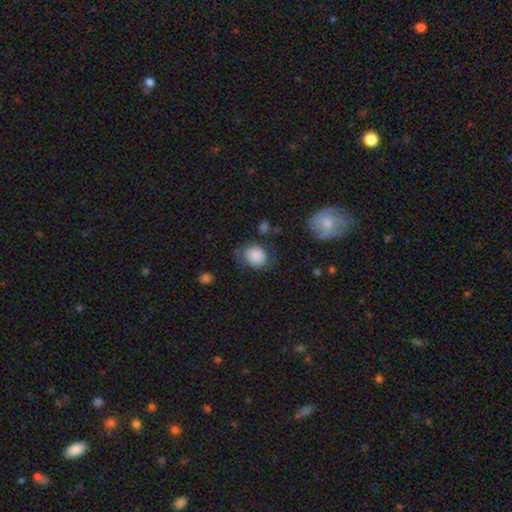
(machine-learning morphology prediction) Smooth or featured?
  - smooth: 84% *
  - featured or disk: 8%
  - star or artifact: 8%
How rounded?
  - round: 61% *
  - in between: 38%
  - cigar-shaped: 1%
Merging?
  - none: 63% *
  - minor disturbance: 23%
  - major disturbance: 11%
  - merger: 4%